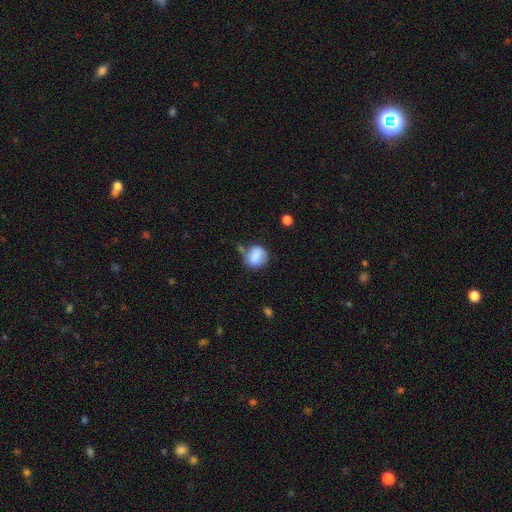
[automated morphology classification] Smooth or featured? smooth (81%)
How rounded? round (66%)
Merging? none (56%)